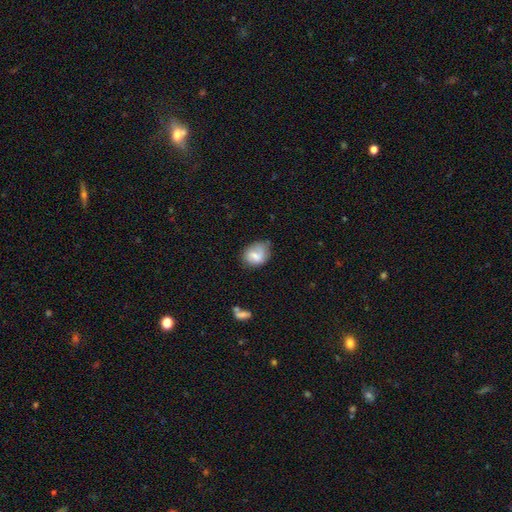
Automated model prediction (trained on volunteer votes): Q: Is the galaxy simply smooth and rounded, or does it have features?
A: smooth — 66%.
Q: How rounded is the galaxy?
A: in between — 56%.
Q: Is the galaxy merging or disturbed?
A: none — 52%.